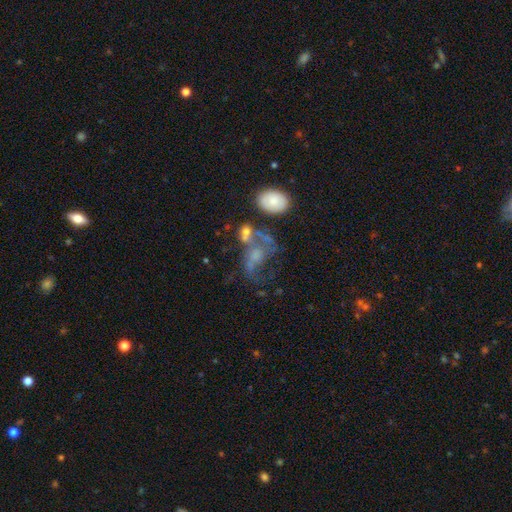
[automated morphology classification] type=featured or disk (55%); edge-on=no (96%); bar=no (77%); spiral arms=no (57%); bulge=none (41%); merging=major disturbance (36%).